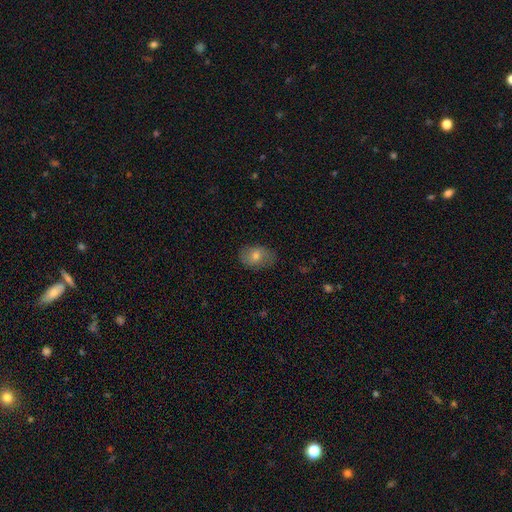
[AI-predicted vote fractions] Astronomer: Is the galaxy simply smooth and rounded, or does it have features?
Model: smooth — 66%.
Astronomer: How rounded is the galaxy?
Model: in between — 75%.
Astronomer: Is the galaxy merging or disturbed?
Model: none — 78%.